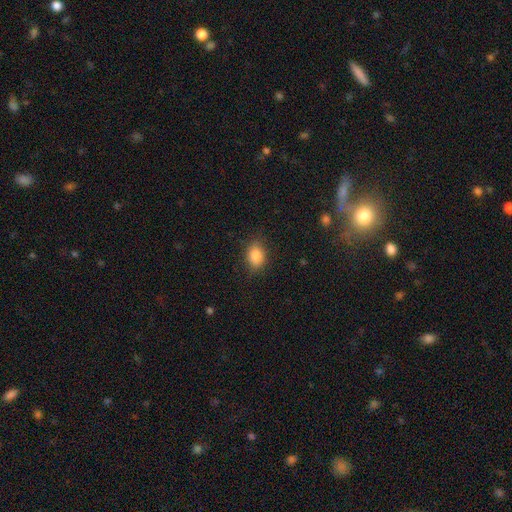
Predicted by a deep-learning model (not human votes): Smooth or featured?
  - smooth: 86% *
  - star or artifact: 9%
  - featured or disk: 5%
How rounded?
  - in between: 72% *
  - round: 27%
  - cigar-shaped: 1%
Merging?
  - none: 82% *
  - minor disturbance: 14%
  - major disturbance: 4%
  - merger: 1%